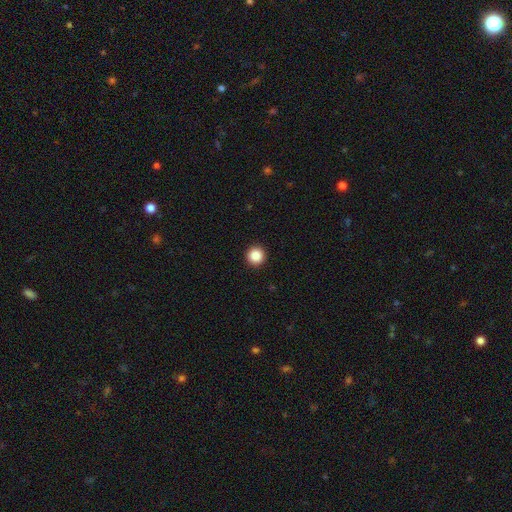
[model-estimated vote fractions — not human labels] Q: Smooth or featured?
A: smooth (86%); runner-up: star or artifact (10%)
Q: How rounded?
A: round (96%); runner-up: in between (3%)
Q: Merging?
A: none (94%); runner-up: minor disturbance (4%)